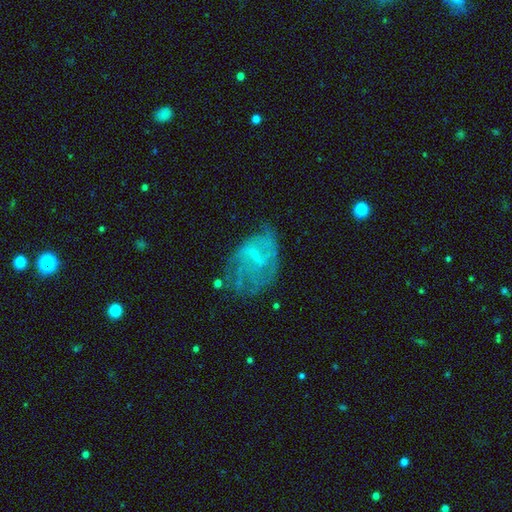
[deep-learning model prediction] The model was most divided on "merging": none: 41%, major disturbance: 28%, minor disturbance: 27%, merger: 3%. More confident: edge-on disk — no (97%); smooth or featured — featured or disk (67%); spiral arms — yes (65%); bulge size — small (57%); bar — weak (53%).